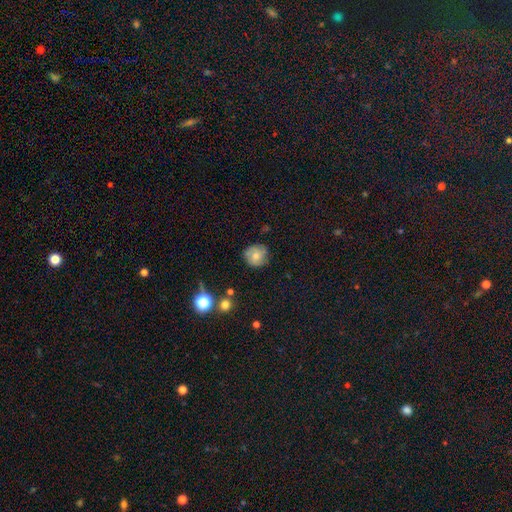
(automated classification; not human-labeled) Smooth or featured? Predicted: smooth (p=0.64). How rounded? Predicted: round (p=0.88). Merging? Predicted: none (p=0.75).